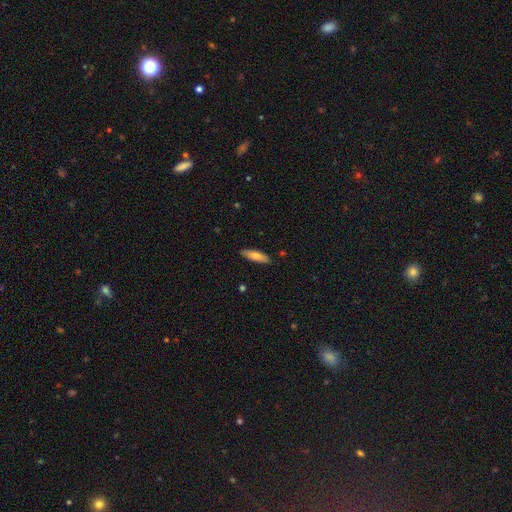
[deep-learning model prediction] smooth_or_featured: smooth (p=0.71) [alt: featured or disk p=0.23]
how_rounded: cigar-shaped (p=0.57) [alt: in between p=0.41]
merging: none (p=0.88) [alt: minor disturbance p=0.09]